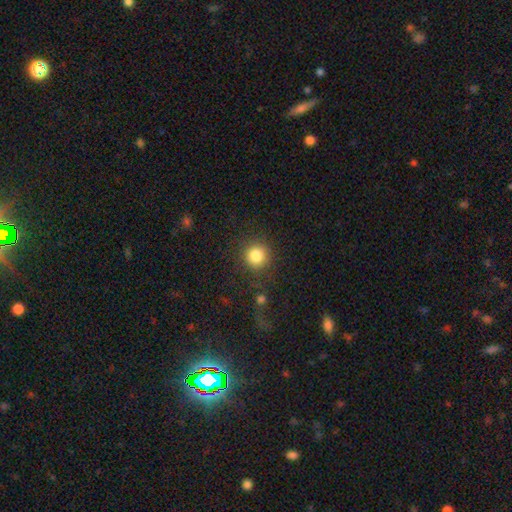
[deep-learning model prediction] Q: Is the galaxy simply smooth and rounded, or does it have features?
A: smooth — 84%.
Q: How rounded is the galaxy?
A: round — 93%.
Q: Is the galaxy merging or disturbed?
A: none — 84%.